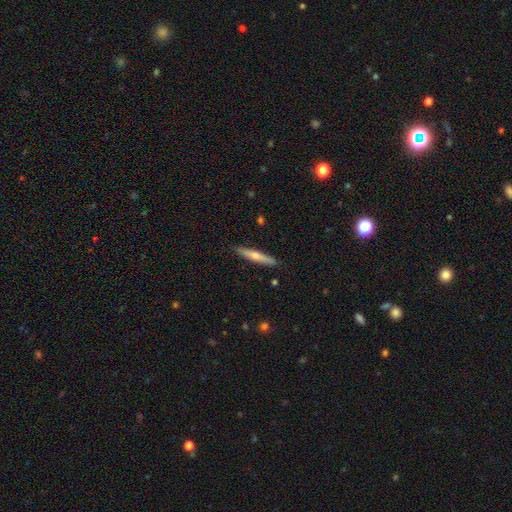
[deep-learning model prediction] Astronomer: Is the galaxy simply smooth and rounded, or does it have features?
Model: smooth — 52% (runner-up: featured or disk, 42%).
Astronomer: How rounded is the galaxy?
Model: cigar-shaped — 92%.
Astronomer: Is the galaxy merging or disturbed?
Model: none — 88%.